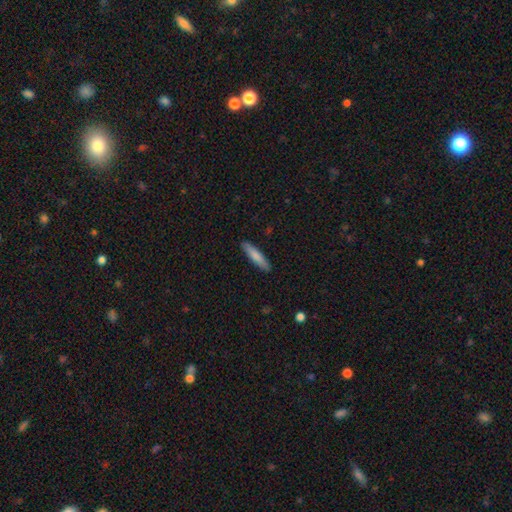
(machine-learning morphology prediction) The model was most divided on "smooth or featured": smooth: 81%, featured or disk: 14%, star or artifact: 5%. More confident: merging — none (90%); how rounded — cigar-shaped (83%).